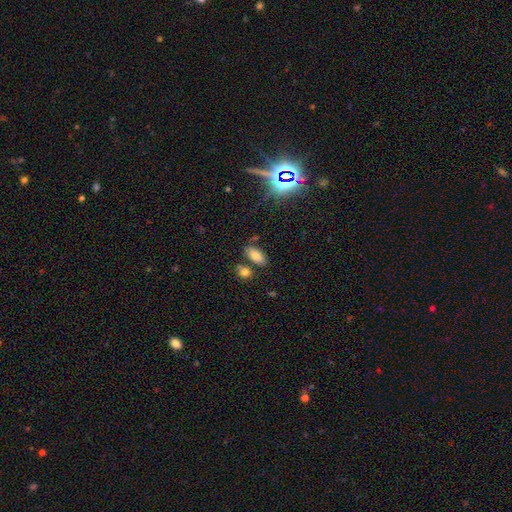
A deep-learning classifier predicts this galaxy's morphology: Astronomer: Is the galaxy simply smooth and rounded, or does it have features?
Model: smooth — 78%.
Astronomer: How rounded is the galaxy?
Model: in between — 89%.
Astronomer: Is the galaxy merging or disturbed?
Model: none — 71%.